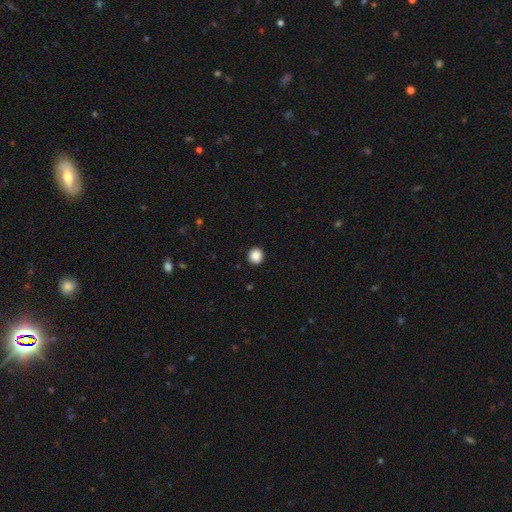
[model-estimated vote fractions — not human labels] Morphology: type=smooth (88%); roundness=round (93%); merging=none (93%).